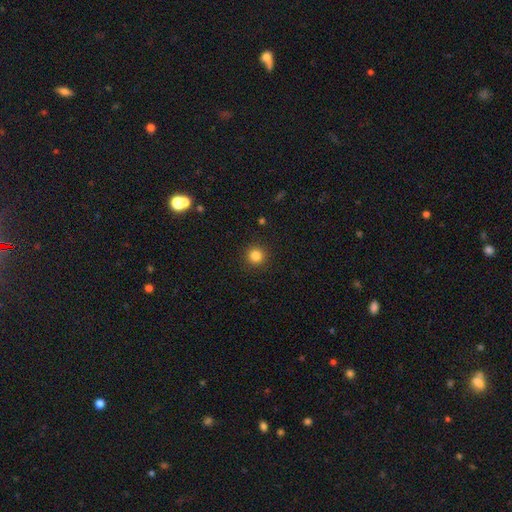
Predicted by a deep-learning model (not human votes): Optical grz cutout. It shows a smooth galaxy with no disk features (83%) that is round (95%). Merging: none (92%).